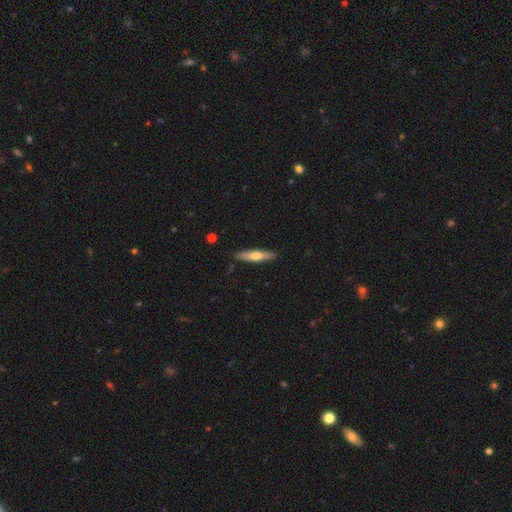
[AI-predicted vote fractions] The model was most divided on "smooth or featured": smooth: 57%, featured or disk: 38%, star or artifact: 5%. More confident: merging — none (89%); how rounded — cigar-shaped (84%).